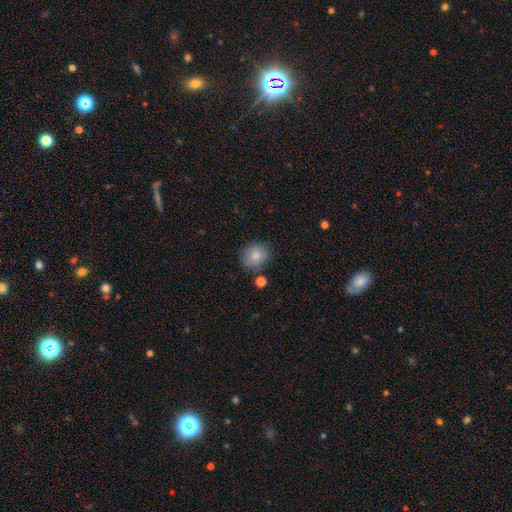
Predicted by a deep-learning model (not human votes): The model was most divided on "how rounded": round: 79%, in between: 20%, cigar-shaped: 1%. More confident: smooth or featured — smooth (83%); merging — none (79%).